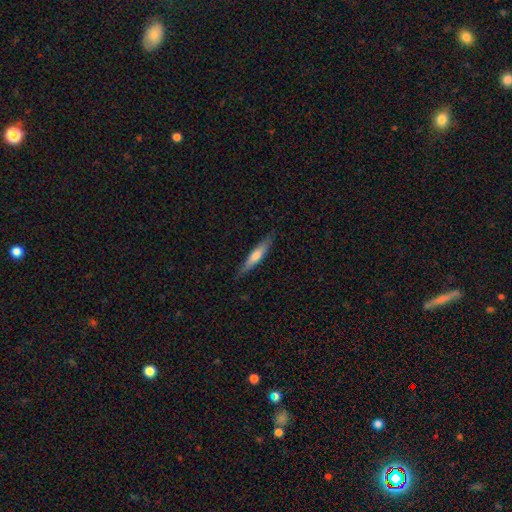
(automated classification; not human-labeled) This appears to be a smooth galaxy with no disk features (56%) that is cigar-shaped (87%). Merging: none (83%).